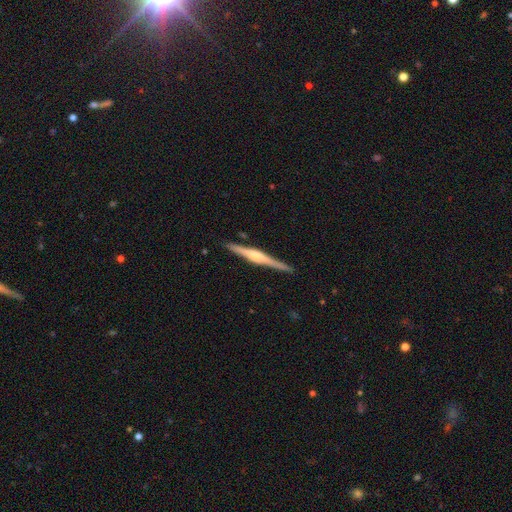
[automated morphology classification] Overall: featured or disk (76%). Edge-on disk: yes (98%). Edge-on bulge: rounded (76%). Merging: none (90%).